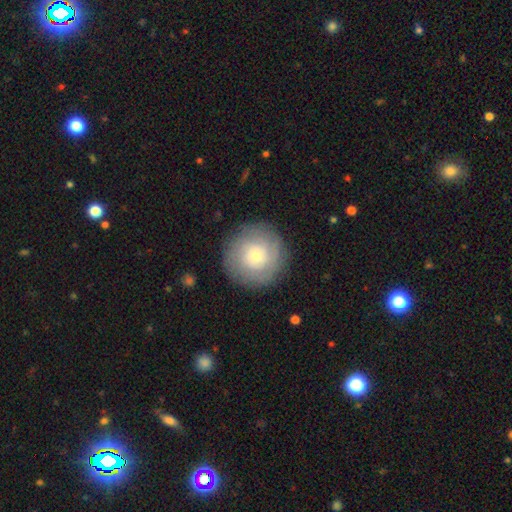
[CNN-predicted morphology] type=smooth (56%); roundness=round (95%); merging=none (87%).